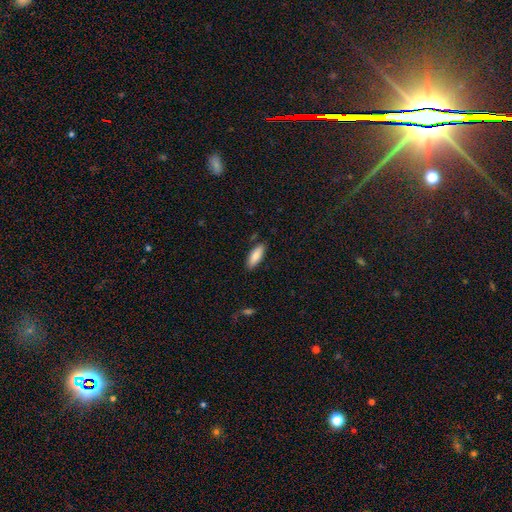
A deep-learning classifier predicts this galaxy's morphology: Q: Smooth or featured?
A: smooth (86%); runner-up: featured or disk (8%)
Q: How rounded?
A: in between (72%); runner-up: cigar-shaped (26%)
Q: Merging?
A: none (84%); runner-up: minor disturbance (12%)